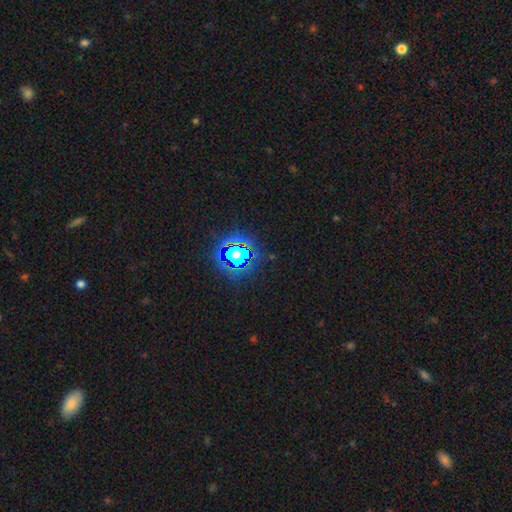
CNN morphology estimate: Overall: star or artifact (80%).